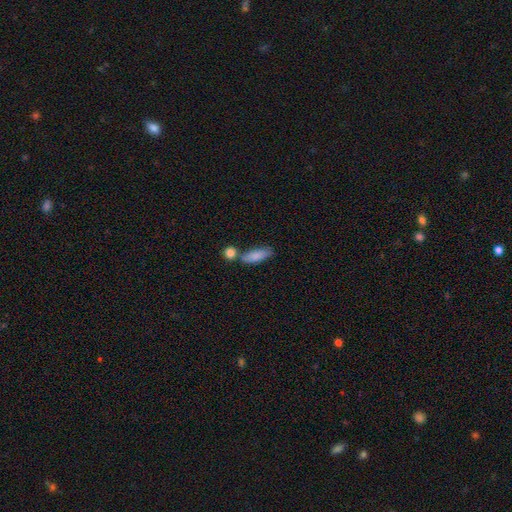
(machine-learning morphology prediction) Smooth or featured?
  - smooth: 84% *
  - featured or disk: 9%
  - star or artifact: 6%
How rounded?
  - in between: 66% *
  - cigar-shaped: 31%
  - round: 3%
Merging?
  - none: 58% *
  - merger: 22%
  - minor disturbance: 15%
  - major disturbance: 5%